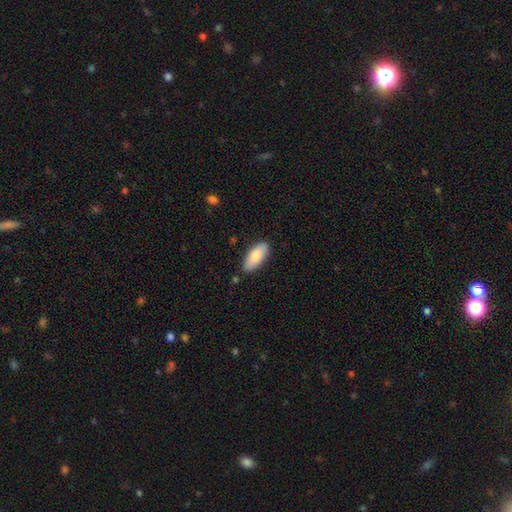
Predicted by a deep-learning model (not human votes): smooth 81%, featured or disk 13%, star or artifact 6%. Down the decision tree: how rounded — in between (85%); merging — none (84%).